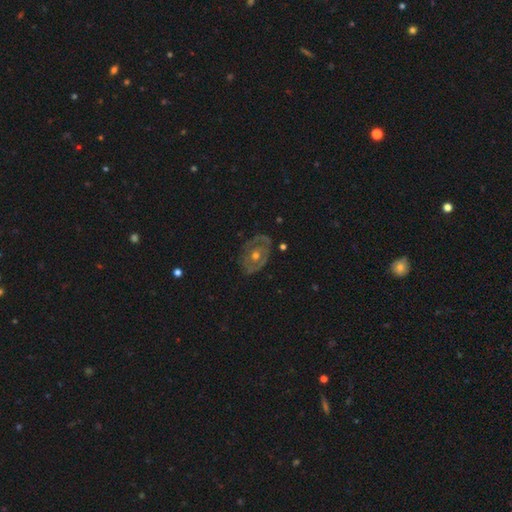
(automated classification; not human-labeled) The model was most divided on "spiral arms": no: 54%, yes: 46%. More confident: edge-on disk — no (95%); bar — no (82%); smooth or featured — featured or disk (73%); merging — none (72%); bulge size — moderate (69%).